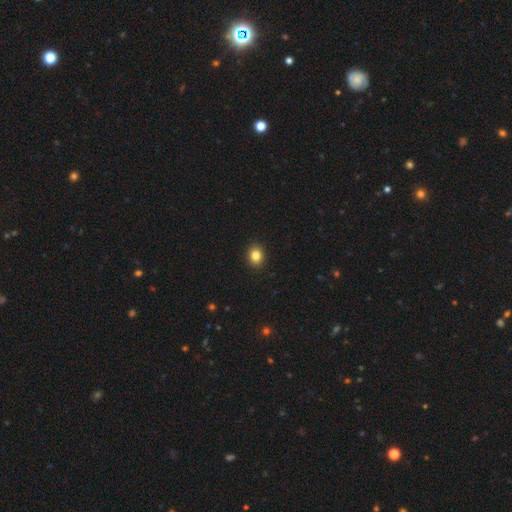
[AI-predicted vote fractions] A smooth galaxy with no disk features (84%) that is round (60%).

Vote fractions:
- Smooth or featured? smooth: 84% / star or artifact: 10% / featured or disk: 6%
- How rounded? round: 60% / in between: 39% / cigar-shaped: 1%
- Merging? none: 92% / minor disturbance: 6% / major disturbance: 2% / merger: 1%